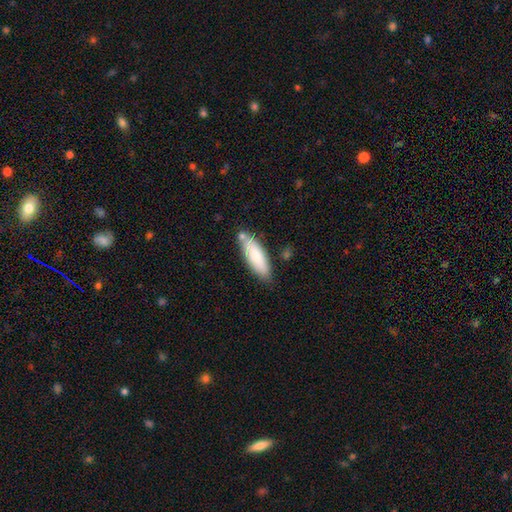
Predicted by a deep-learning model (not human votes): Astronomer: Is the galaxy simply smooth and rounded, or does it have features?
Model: smooth — 79%.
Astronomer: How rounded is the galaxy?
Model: in between — 56% (runner-up: cigar-shaped, 42%).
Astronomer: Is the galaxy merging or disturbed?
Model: none — 72%.